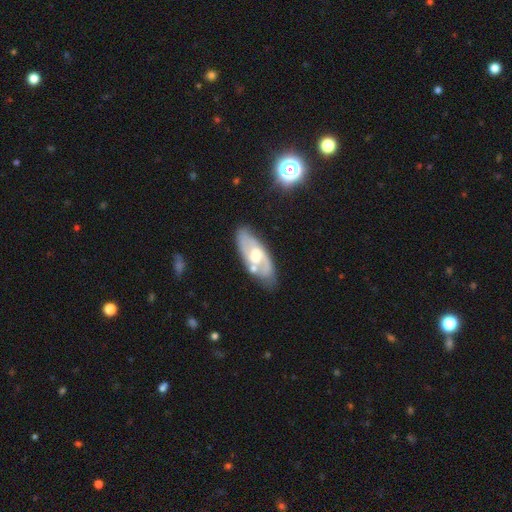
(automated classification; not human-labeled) A featured or disk galaxy (76%) with a weak bar (46%), 2 (78%) medium (49%) spiral arms (87%) and a moderate central bulge (65%). Merging: none (75%).